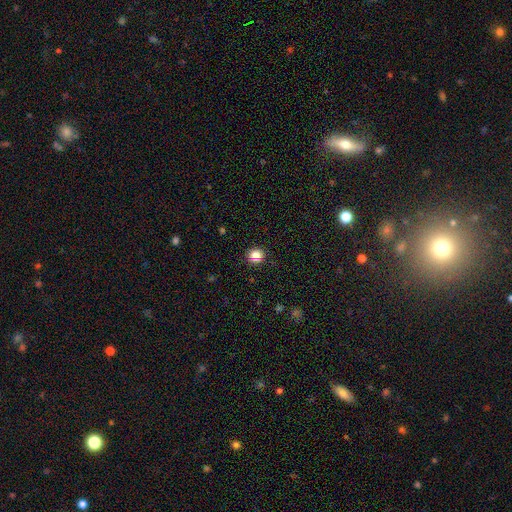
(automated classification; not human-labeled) smooth_or_featured: smooth (p=0.81) [alt: star or artifact p=0.13]
how_rounded: round (p=0.90) [alt: in between p=0.09]
merging: none (p=0.91) [alt: minor disturbance p=0.06]